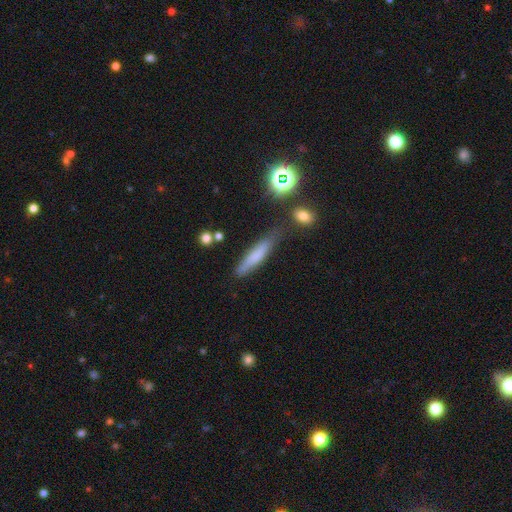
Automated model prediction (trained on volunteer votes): Smooth or featured?
  - smooth: 69% *
  - featured or disk: 21%
  - star or artifact: 11%
How rounded?
  - cigar-shaped: 86% *
  - in between: 11%
  - round: 2%
Merging?
  - none: 71% *
  - minor disturbance: 18%
  - merger: 6%
  - major disturbance: 5%